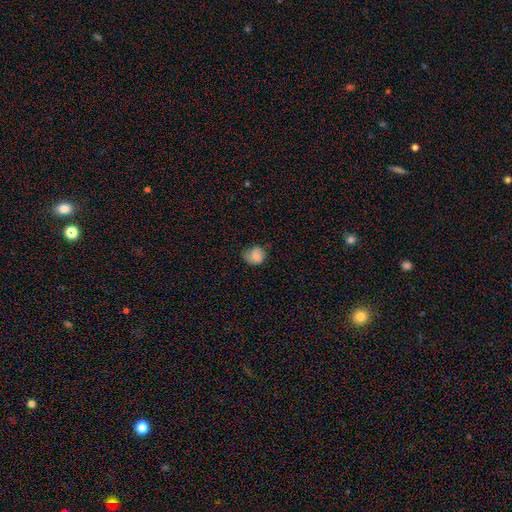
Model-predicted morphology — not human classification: Overall: smooth (81%). How rounded: round (69%; in between 30%). Merging: none (56%; minor disturbance 32%).